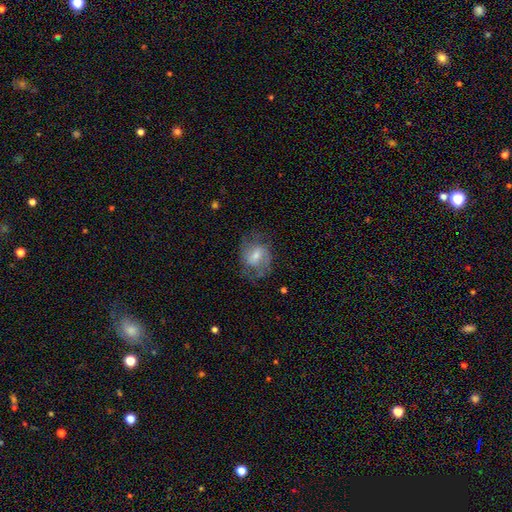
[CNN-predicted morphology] Smooth or featured: featured or disk — 48% (smooth — 45%)
Merging: none — 56% (minor disturbance — 24%)